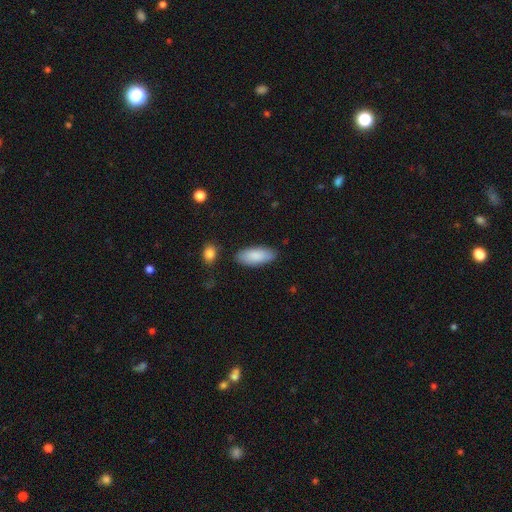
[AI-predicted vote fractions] Q: Smooth or featured?
A: smooth (87%); runner-up: featured or disk (7%)
Q: How rounded?
A: in between (83%); runner-up: cigar-shaped (15%)
Q: Merging?
A: none (84%); runner-up: minor disturbance (11%)